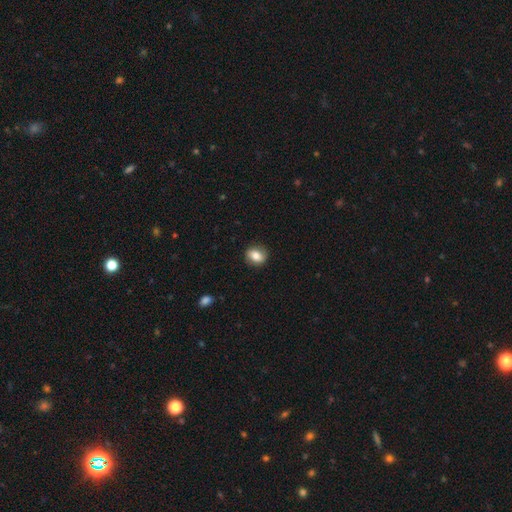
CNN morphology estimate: This appears to be a smooth galaxy with no disk features (75%) that is round (52%). Merging: none (86%).